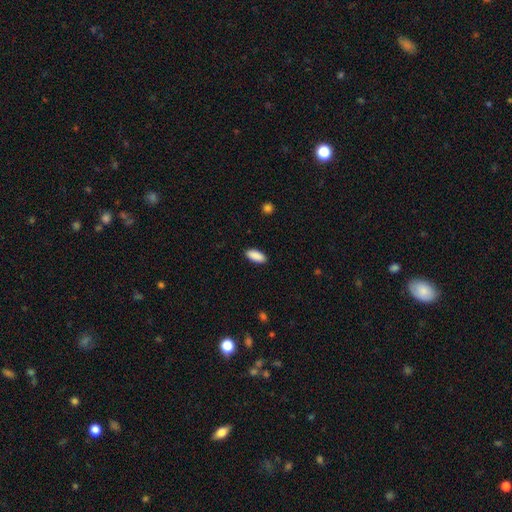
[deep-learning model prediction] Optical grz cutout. It shows a smooth galaxy with no disk features (90%) that is in between round and cigar-shaped (84%). Merging: none (90%).